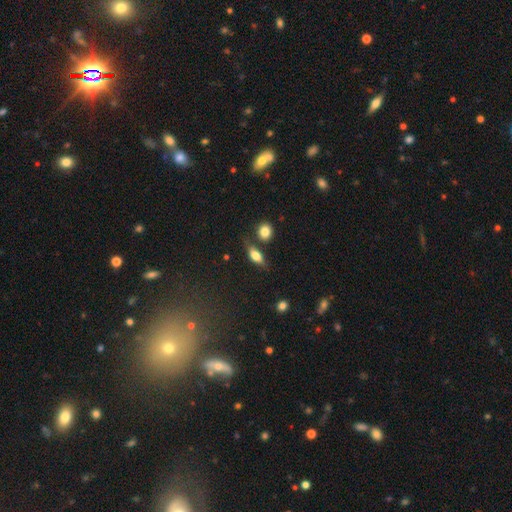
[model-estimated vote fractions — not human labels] Smooth or featured: smooth — 67% (featured or disk — 24%)
How rounded: in between — 71% (cigar-shaped — 20%)
Merging: none — 65% (minor disturbance — 18%)